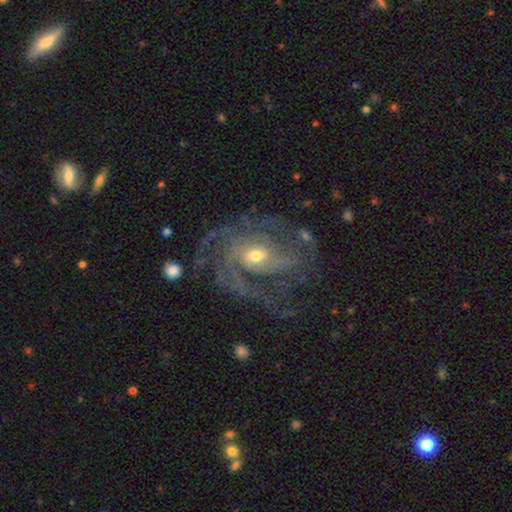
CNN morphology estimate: Smooth or featured? featured or disk (88%)
Edge-on disk? no (97%)
Bar? no (54%)
Spiral arms? yes (94%)
Spiral winding? tight (41%, tied with medium)
Spiral arm count? can't tell (28%)
Bulge size? moderate (50%)
Merging? none (56%)